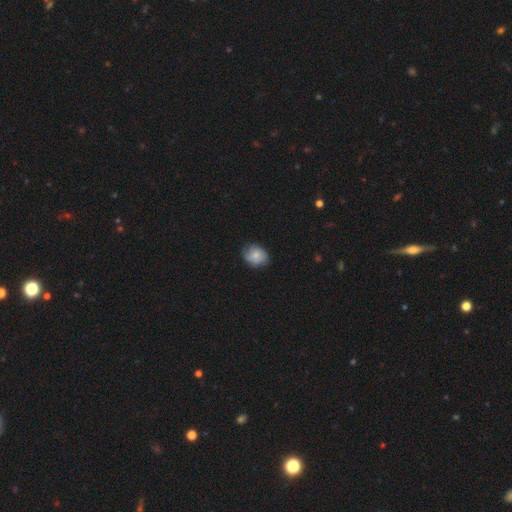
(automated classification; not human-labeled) Smooth or featured: smooth — 69% (featured or disk — 23%)
How rounded: round — 55% (in between — 44%)
Merging: none — 69% (minor disturbance — 25%)